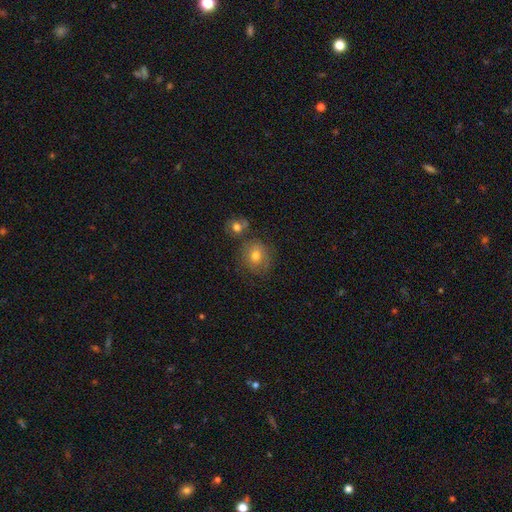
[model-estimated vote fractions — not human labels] A smooth galaxy with no disk features (70%) that is round (78%).

Vote fractions:
- Smooth or featured? smooth: 70% / featured or disk: 20% / star or artifact: 11%
- How rounded? round: 78% / in between: 21% / cigar-shaped: 1%
- Merging? none: 66% / minor disturbance: 16% / merger: 12% / major disturbance: 6%